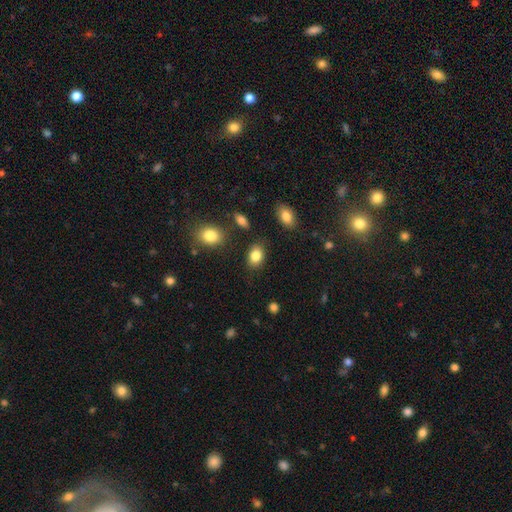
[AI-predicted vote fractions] Smooth or featured? Predicted: smooth (p=0.85). How rounded? Predicted: in between (p=0.79). Merging? Predicted: none (p=0.82).